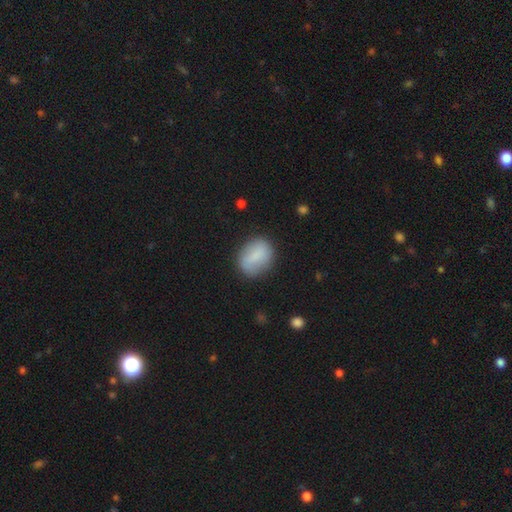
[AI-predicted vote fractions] Overall: smooth (77%). How rounded: in between (62%; round 36%). Merging: none (74%).